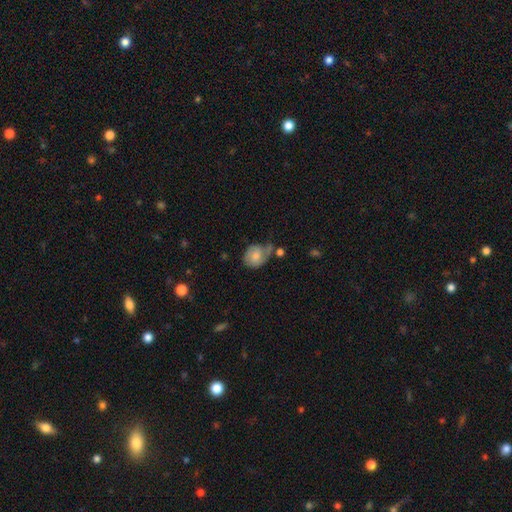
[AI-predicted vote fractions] A smooth galaxy with no disk features (56%) that is in between round and cigar-shaped (50%).

Vote fractions:
- Smooth or featured? smooth: 56% / featured or disk: 36% / star or artifact: 8%
- How rounded? in between: 50% / round: 49% / cigar-shaped: 1%
- Merging? none: 34% / minor disturbance: 32% / major disturbance: 21% / merger: 12%